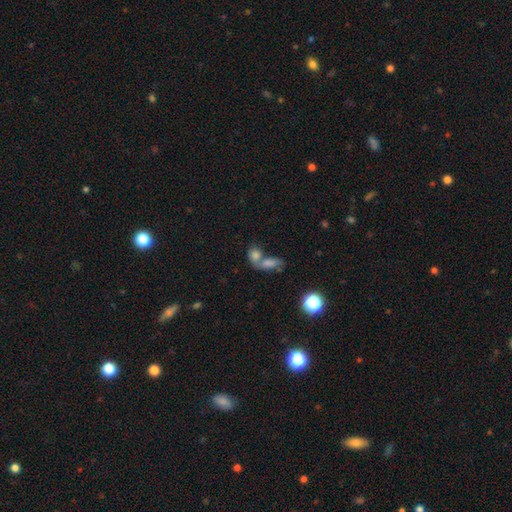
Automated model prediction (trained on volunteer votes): This is likely a smooth galaxy (71%). How rounded: likely in between (65%). Merging: likely merger (63%).